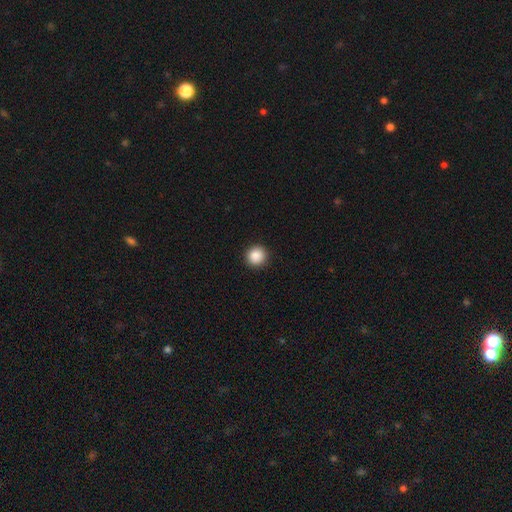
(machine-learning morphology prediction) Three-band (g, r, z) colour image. It shows a smooth galaxy with no disk features (88%) that is round (93%). Merging: none (93%).